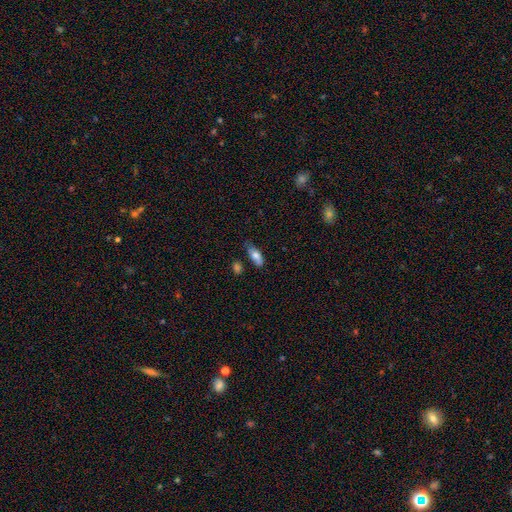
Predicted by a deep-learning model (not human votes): Q: Smooth or featured?
A: smooth (74%); runner-up: featured or disk (19%)
Q: How rounded?
A: in between (73%); runner-up: cigar-shaped (24%)
Q: Merging?
A: none (56%); runner-up: minor disturbance (30%)